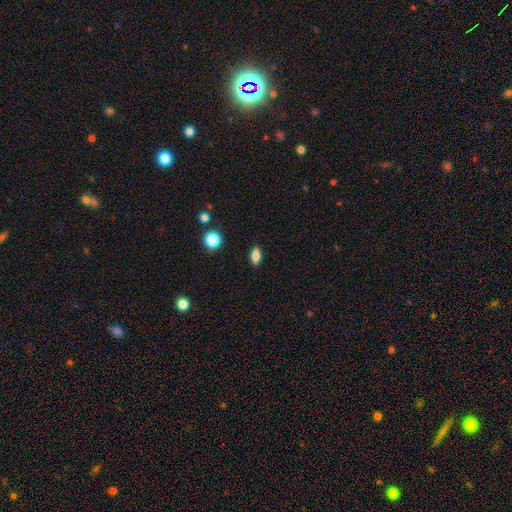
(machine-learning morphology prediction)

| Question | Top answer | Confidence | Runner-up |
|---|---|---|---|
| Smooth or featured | smooth | 81% | featured or disk (10%) |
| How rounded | in between | 82% | cigar-shaped (12%) |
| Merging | none | 89% | minor disturbance (8%) |